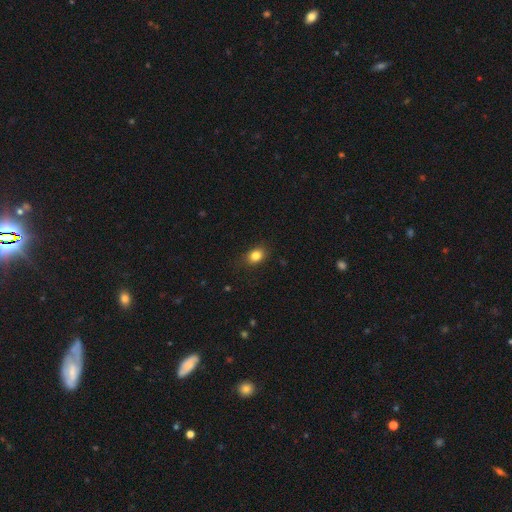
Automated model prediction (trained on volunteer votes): Morphology: type=smooth (83%); roundness=in between (60%); merging=none (82%).